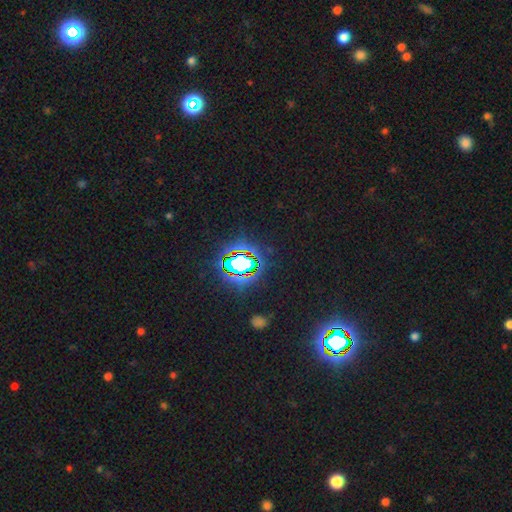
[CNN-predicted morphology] A star or artifact, not a galaxy (84%).

Vote fractions:
- Smooth or featured? star or artifact: 84% / smooth: 10% / featured or disk: 6%